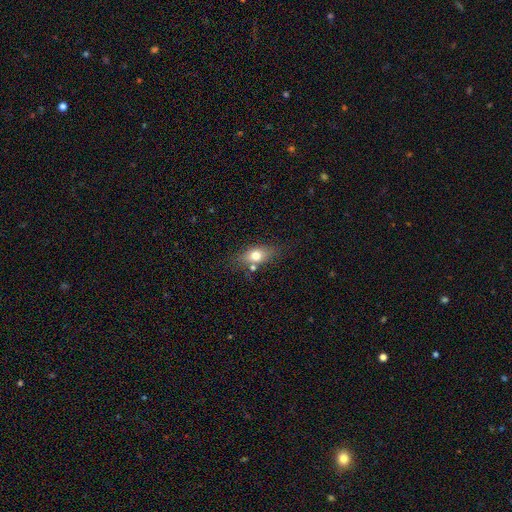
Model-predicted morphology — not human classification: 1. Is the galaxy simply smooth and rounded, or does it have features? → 71% smooth, 19% featured or disk, 9% star or artifact.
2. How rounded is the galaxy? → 76% in between, 15% round, 9% cigar-shaped.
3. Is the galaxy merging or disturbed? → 69% none, 16% minor disturbance, 10% merger, 5% major disturbance.